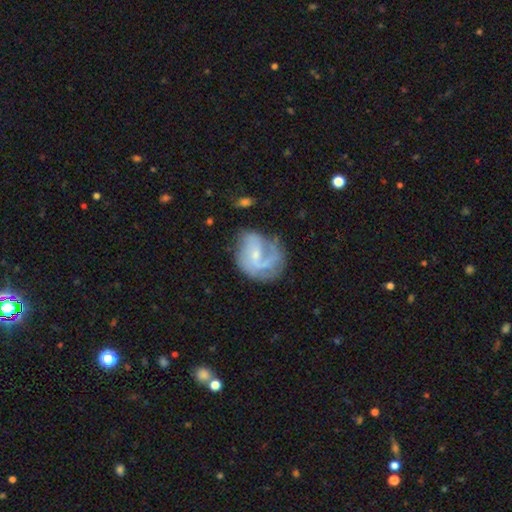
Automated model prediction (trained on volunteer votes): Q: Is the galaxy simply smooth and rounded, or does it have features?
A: featured or disk — 72%.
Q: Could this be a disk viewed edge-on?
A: no — 98%.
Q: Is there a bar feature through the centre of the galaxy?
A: no — 45%, tied with weak.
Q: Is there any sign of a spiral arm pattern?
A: yes — 83%.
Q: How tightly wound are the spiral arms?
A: medium — 41%.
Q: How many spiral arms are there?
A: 2 — 39%.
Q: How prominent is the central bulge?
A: small — 66%.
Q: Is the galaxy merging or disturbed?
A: none — 47%.